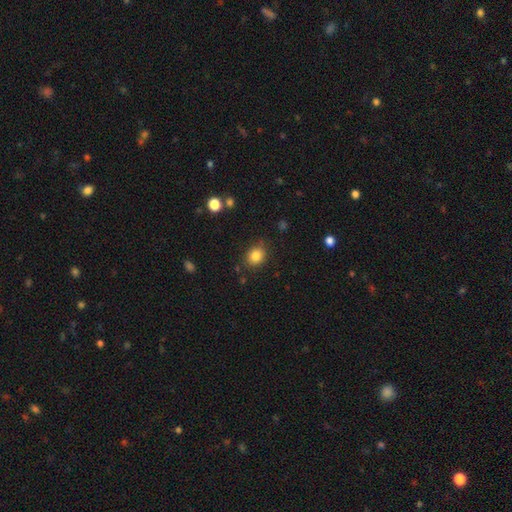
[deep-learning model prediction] smooth-or-featured: smooth: 84% | star or artifact: 11% | featured or disk: 6%
  how-rounded: round: 62% | in between: 37% | cigar-shaped: 1%
  merging: none: 82% | minor disturbance: 13% | major disturbance: 3% | merger: 2%